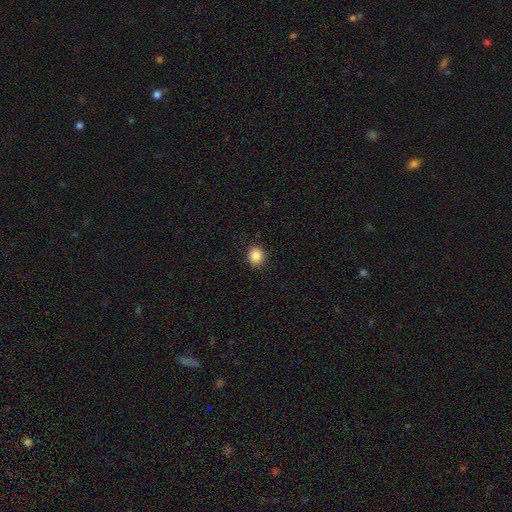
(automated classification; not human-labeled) Smooth or featured? Predicted: smooth (p=0.87). How rounded? Predicted: round (p=0.71). Merging? Predicted: none (p=0.90).